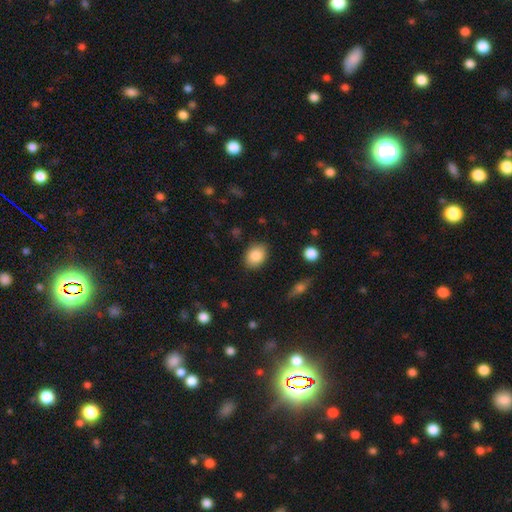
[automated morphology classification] This appears to be a smooth galaxy with no disk features (86%) that is in between round and cigar-shaped (70%). Merging: none (85%).